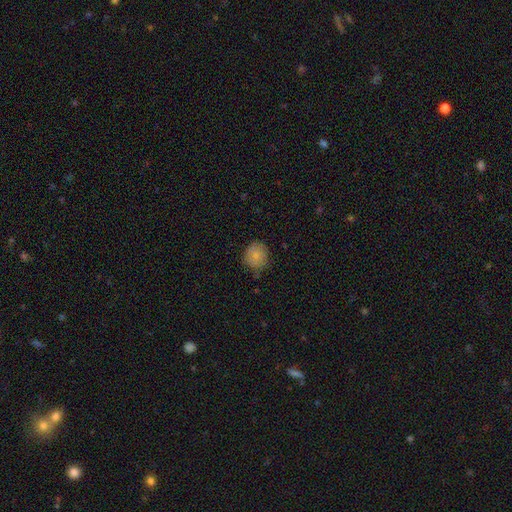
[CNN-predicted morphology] The model was most divided on "merging": none: 73%, minor disturbance: 21%, major disturbance: 4%, merger: 2%. More confident: smooth or featured — smooth (83%); how rounded — round (81%).